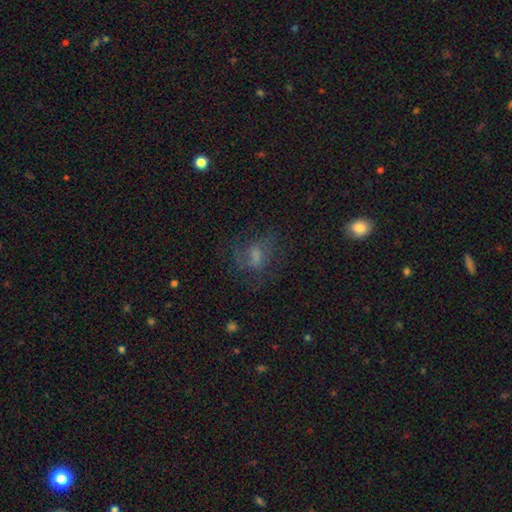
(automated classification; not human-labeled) Smooth or featured? Predicted: featured or disk (p=0.41). Merging? Predicted: none (p=0.55).